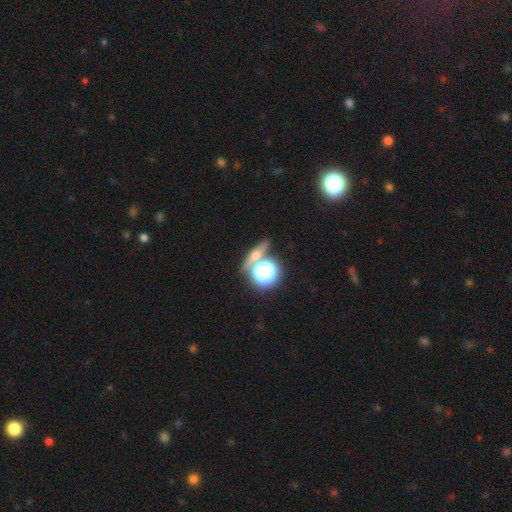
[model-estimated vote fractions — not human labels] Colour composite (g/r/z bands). It shows a smooth galaxy with no disk features (43%). Merging: none (68%).